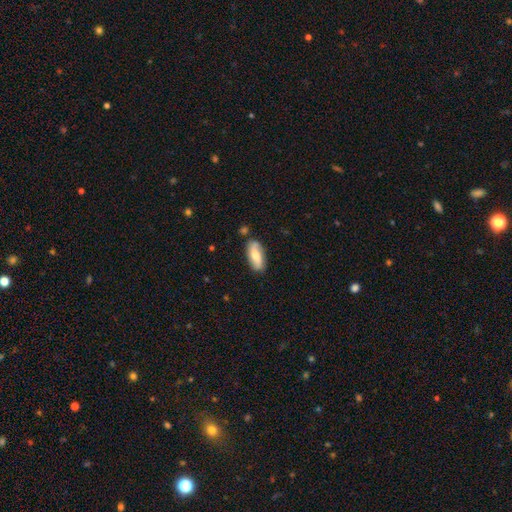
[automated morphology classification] smooth-or-featured: smooth: 61% | featured or disk: 33% | star or artifact: 6%
  how-rounded: in between: 80% | cigar-shaped: 17% | round: 3%
  merging: none: 78% | minor disturbance: 15% | merger: 4% | major disturbance: 3%